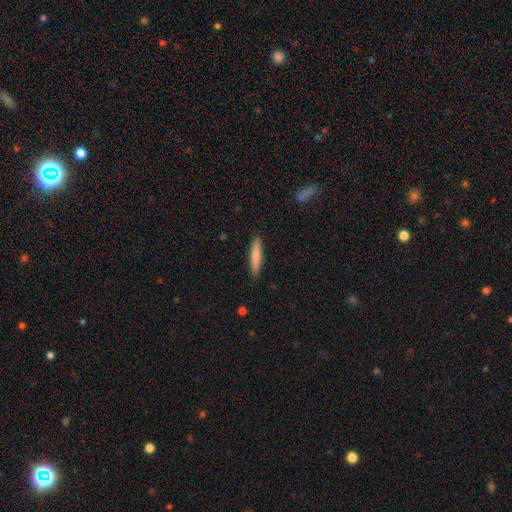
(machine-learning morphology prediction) A smooth galaxy with no disk features (77%) that is cigar-shaped (90%). Merging: none (90%).